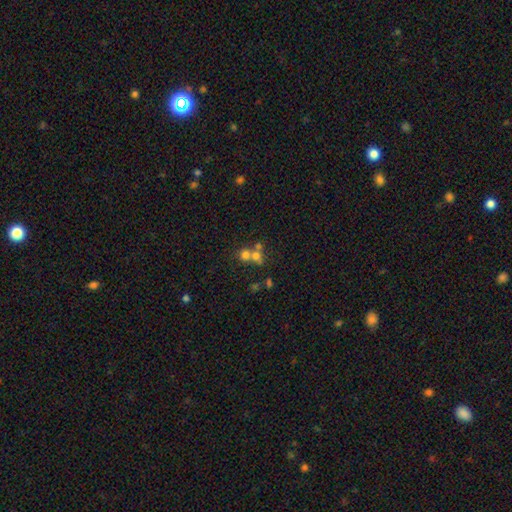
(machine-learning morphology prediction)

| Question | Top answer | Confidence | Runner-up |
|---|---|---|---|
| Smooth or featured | smooth | 63% | featured or disk (19%) |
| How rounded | round | 79% | in between (20%) |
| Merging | merger | 57% | none (33%) |